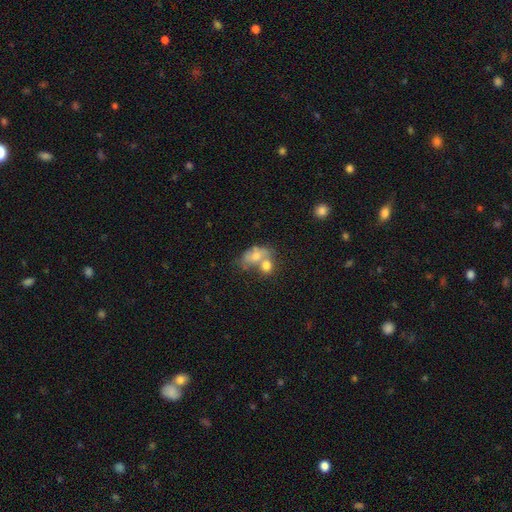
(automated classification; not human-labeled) smooth_or_featured: smooth (p=0.63) [alt: featured or disk p=0.27]
how_rounded: in between (p=0.71) [alt: round p=0.27]
merging: merger (p=0.61) [alt: none p=0.19]